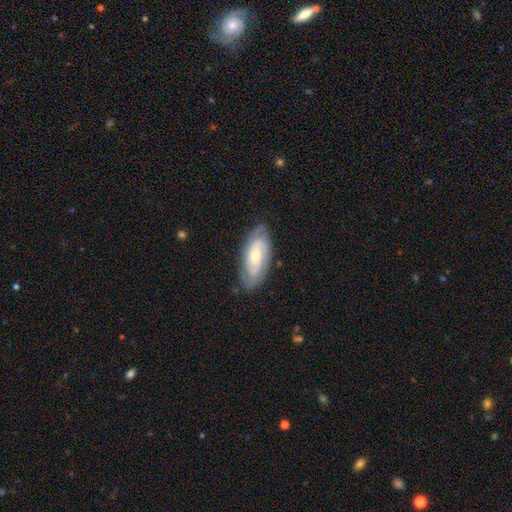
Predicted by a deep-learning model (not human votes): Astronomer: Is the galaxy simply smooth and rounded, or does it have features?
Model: featured or disk — 70%.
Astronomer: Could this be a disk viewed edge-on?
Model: no — 91%.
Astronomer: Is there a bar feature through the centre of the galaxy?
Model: no — 63%.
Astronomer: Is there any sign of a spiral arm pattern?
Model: yes — 87%.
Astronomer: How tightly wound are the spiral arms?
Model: tight — 61%.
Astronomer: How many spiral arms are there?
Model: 2 — 45% (runner-up: can't tell, 34%).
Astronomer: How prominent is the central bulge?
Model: small — 54% (runner-up: moderate, 42%).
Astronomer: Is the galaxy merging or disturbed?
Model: none — 78%.